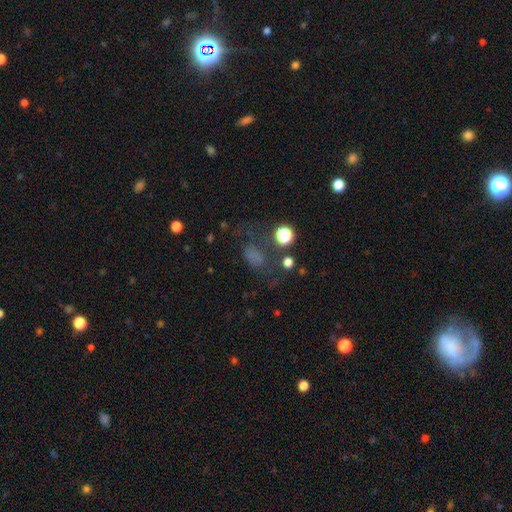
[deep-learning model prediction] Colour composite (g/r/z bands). It shows a smooth galaxy with no disk features (55%) that is in between round and cigar-shaped (66%). Merging: none (45%).